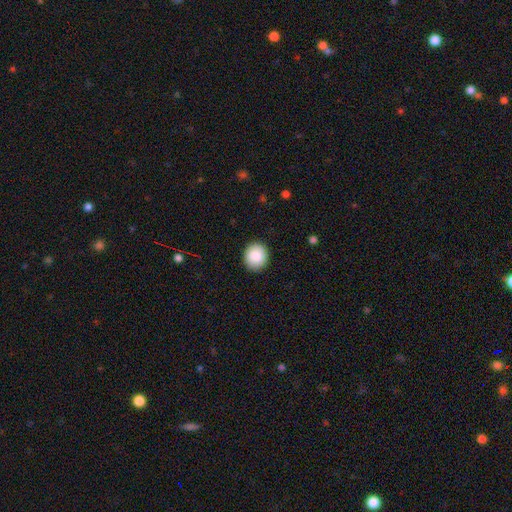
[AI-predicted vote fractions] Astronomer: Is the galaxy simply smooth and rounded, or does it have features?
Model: smooth — 89%.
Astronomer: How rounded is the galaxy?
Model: round — 77%.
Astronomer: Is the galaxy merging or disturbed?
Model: none — 90%.